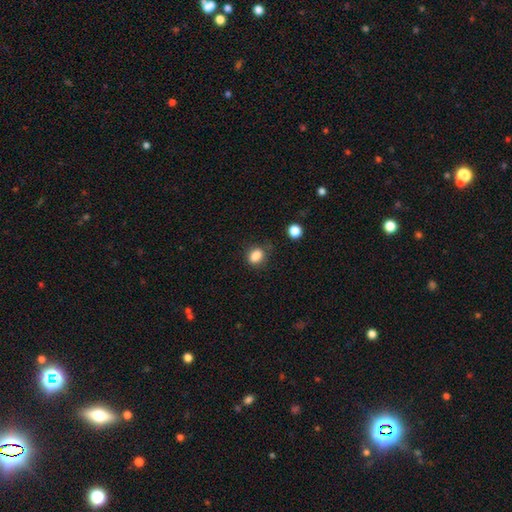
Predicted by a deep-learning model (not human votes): smooth 85%, star or artifact 11%, featured or disk 4%. Down the decision tree: how rounded — in between (62%); merging — none (74%).